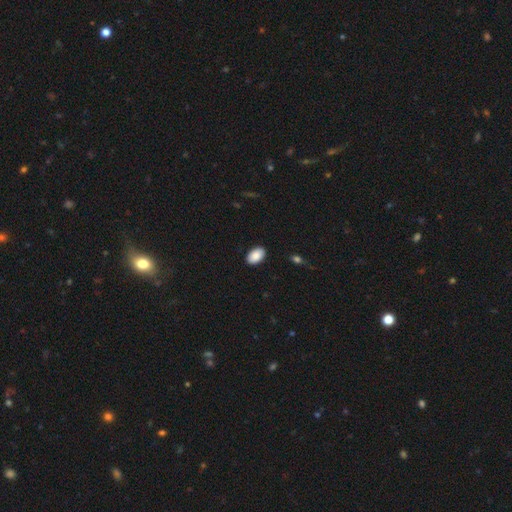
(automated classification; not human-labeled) A smooth galaxy with no disk features (90%) that is in between round and cigar-shaped (93%). Merging: none (90%).